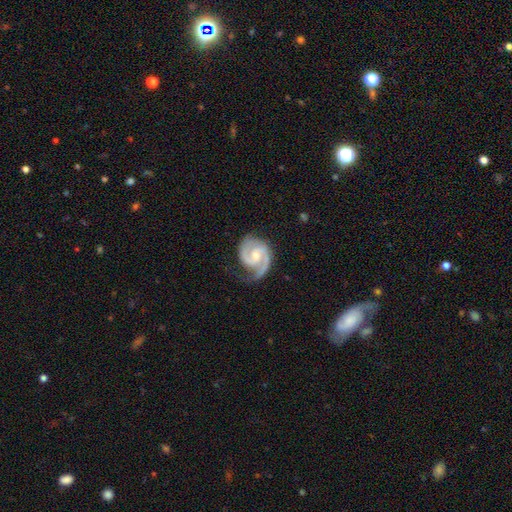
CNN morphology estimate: A featured or disk galaxy (92%) with no bar (48%), 2 (90%) medium (49%) spiral arms (98%) and a small central bulge (52%).

Vote fractions:
- Smooth or featured? featured or disk: 92% / smooth: 4% / star or artifact: 4%
- Edge-on disk? no: 98% / yes: 2%
- Bar? no: 48% / weak: 42% / strong: 10%
- Spiral arms? yes: 98% / no: 2%
- Spiral winding? medium: 49% / tight: 44% / loose: 7%
- Spiral arm count? 2: 90% / 1: 3% / 3: 3% / can't tell: 2% / 4: 1% / more than 4: 1%
- Bulge size? small: 52% / moderate: 43% / none: 3% / large: 1% / dominant: 1%
- Merging? none: 68% / minor disturbance: 22% / major disturbance: 8% / merger: 1%